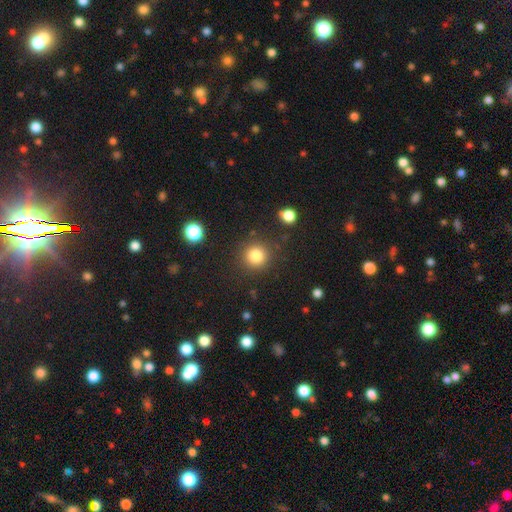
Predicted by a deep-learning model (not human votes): Smooth or featured? Predicted: smooth (p=0.83). How rounded? Predicted: round (p=0.93). Merging? Predicted: none (p=0.86).